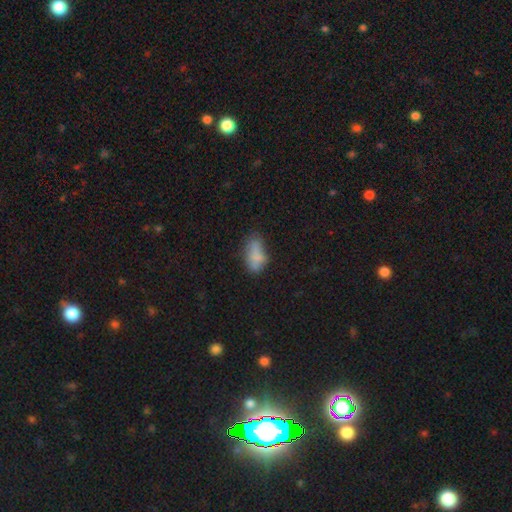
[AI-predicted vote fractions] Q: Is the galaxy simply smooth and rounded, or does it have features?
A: smooth — 74%.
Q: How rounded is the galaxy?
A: in between — 87%.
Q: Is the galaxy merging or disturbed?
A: none — 48%.